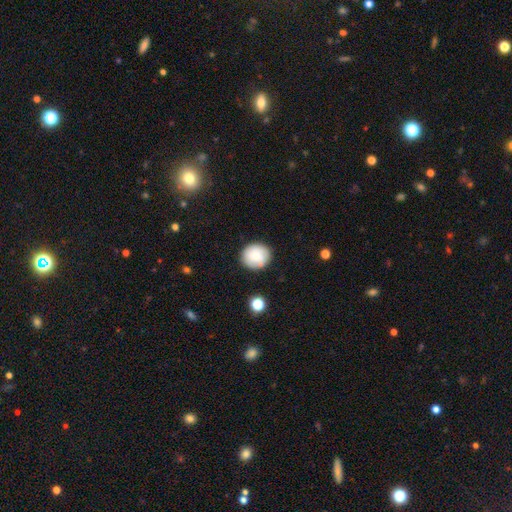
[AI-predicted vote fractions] A smooth galaxy with no disk features (80%) that is round (85%). Merging: none (84%).